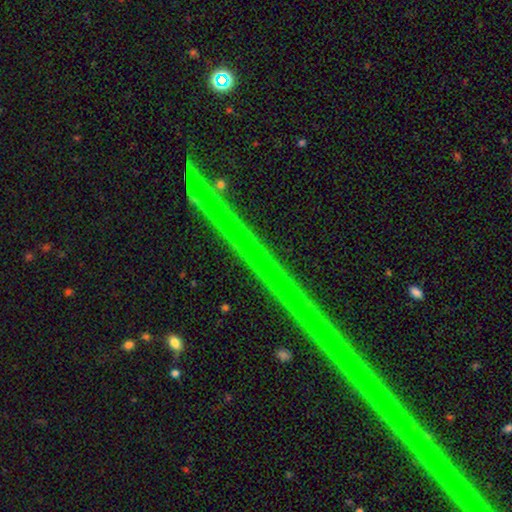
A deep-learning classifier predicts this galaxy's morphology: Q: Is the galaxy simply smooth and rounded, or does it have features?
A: star or artifact — 82%.